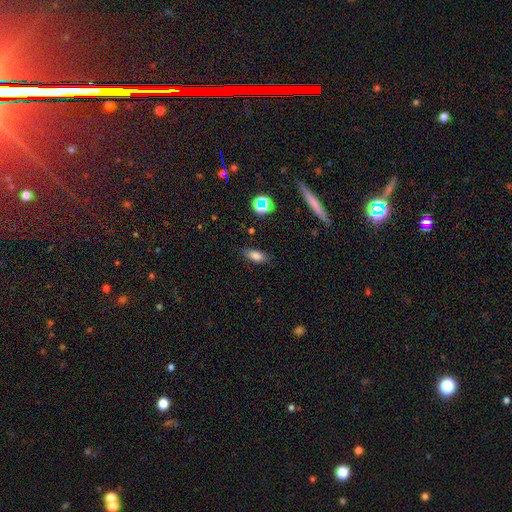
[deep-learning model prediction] Smooth or featured? Predicted: smooth (p=0.78). How rounded? Predicted: in between (p=0.80). Merging? Predicted: none (p=0.81).